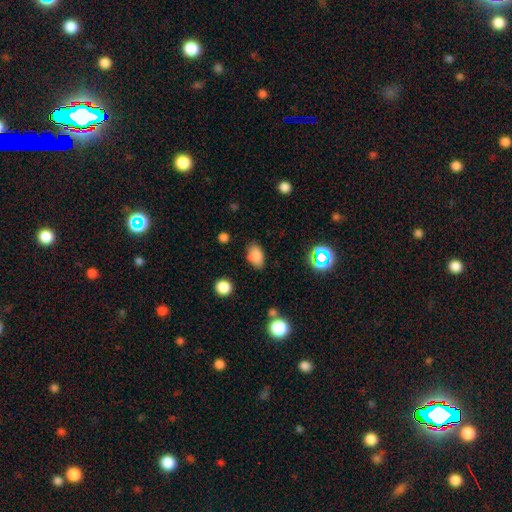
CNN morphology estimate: This is clearly a smooth galaxy (82%). How rounded: clearly in between (87%). Merging: likely none (79%).